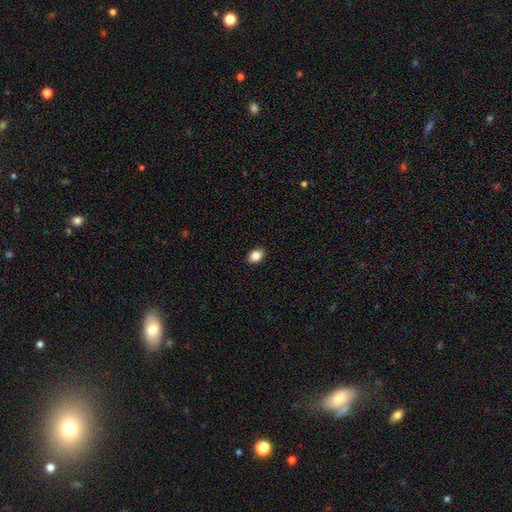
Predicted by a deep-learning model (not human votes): Morphology: type=smooth (86%); roundness=in between (75%); merging=none (91%).